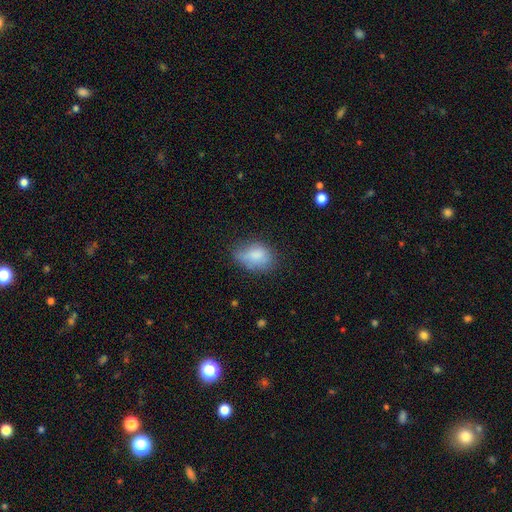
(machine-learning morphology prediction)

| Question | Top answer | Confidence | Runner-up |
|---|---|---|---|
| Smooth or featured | smooth | 79% | featured or disk (12%) |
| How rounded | in between | 76% | round (22%) |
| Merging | none | 50% | minor disturbance (35%) |